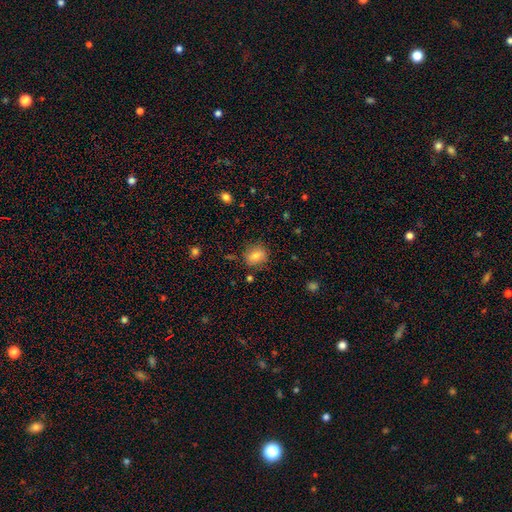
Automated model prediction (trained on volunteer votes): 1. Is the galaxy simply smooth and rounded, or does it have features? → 80% smooth, 11% featured or disk, 10% star or artifact.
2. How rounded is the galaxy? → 63% round, 36% in between, 1% cigar-shaped.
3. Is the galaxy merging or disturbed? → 80% none, 14% minor disturbance, 4% major disturbance, 2% merger.